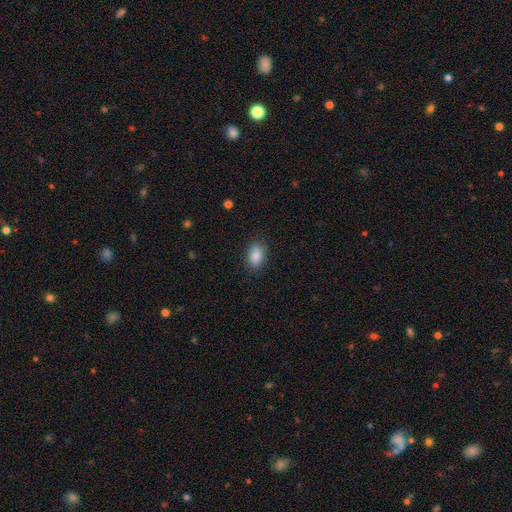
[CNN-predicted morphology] Smooth or featured? smooth (87%)
How rounded? in between (89%)
Merging? none (83%)